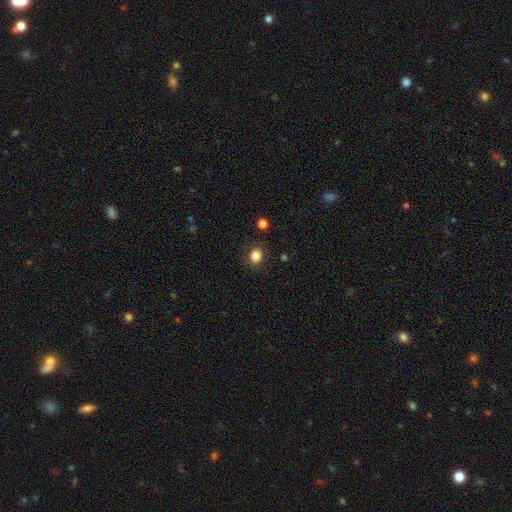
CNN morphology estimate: Smooth or featured? smooth (84%)
How rounded? round (67%)
Merging? none (87%)